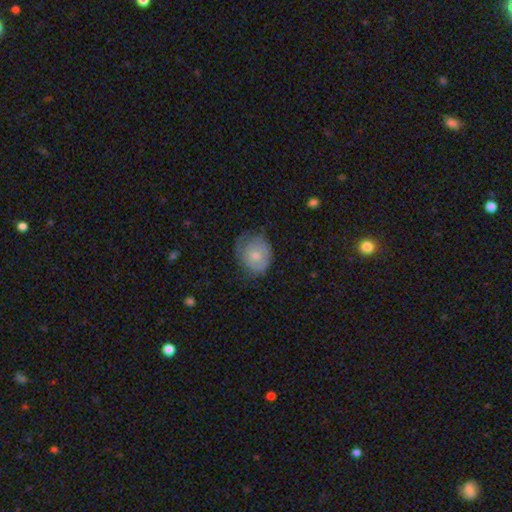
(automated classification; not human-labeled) Morphology: type=smooth (62%); roundness=round (70%); merging=none (50%).